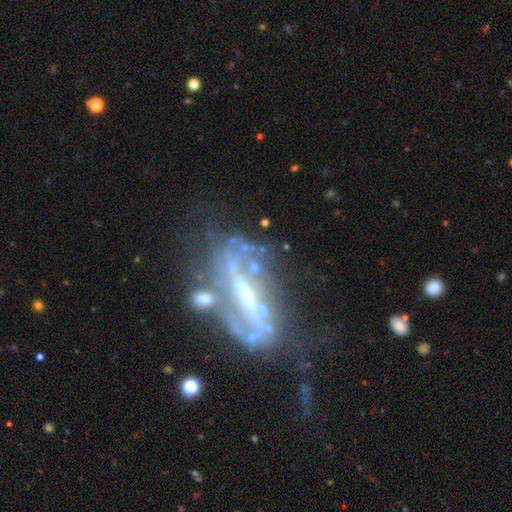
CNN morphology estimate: This is likely a featured or disk galaxy (78%). It is likely not viewed edge-on (77%). Bar: possibly strong (58%). Spiral arm pattern: possibly yes (54%). Central bulge: marginally small (42%). Merging: marginally none (40%).